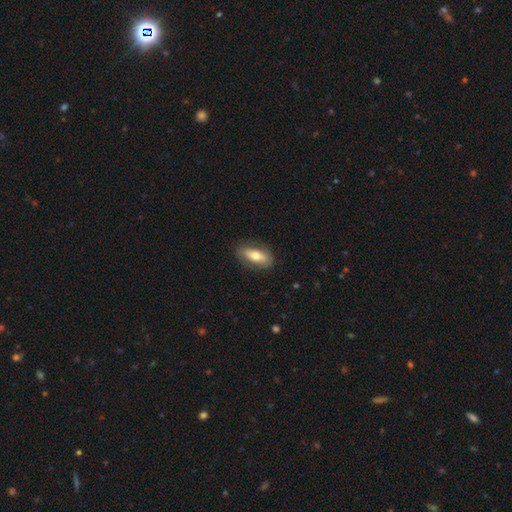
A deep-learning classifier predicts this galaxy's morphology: smooth 66%, featured or disk 28%, star or artifact 6%. Down the decision tree: how rounded — in between (78%); merging — none (82%).